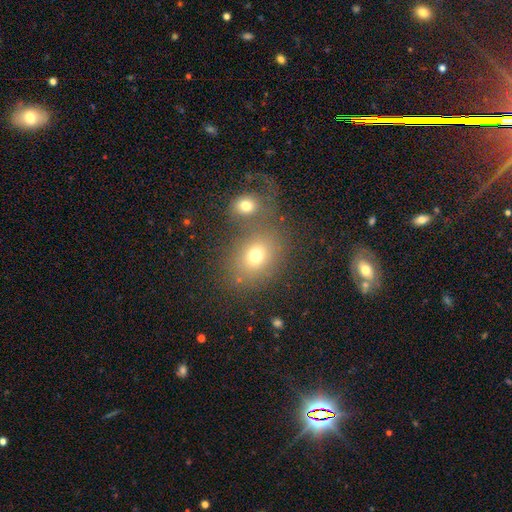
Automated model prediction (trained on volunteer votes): This appears to be a smooth galaxy with no disk features (71%) that is round (50%). Merging: none (59%).